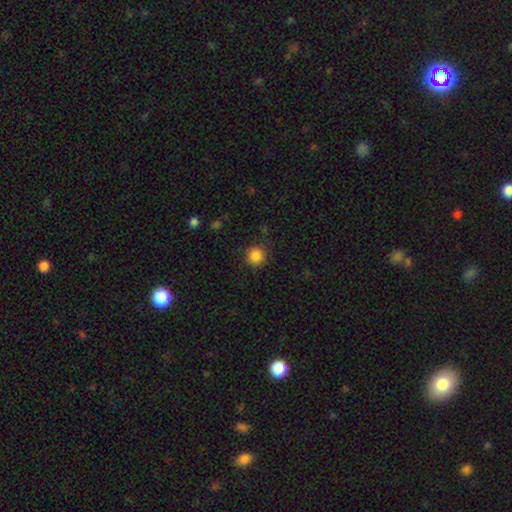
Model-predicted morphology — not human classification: smooth_or_featured: smooth (p=0.86) [alt: star or artifact p=0.10]
how_rounded: round (p=0.93) [alt: in between p=0.06]
merging: none (p=0.86) [alt: minor disturbance p=0.10]